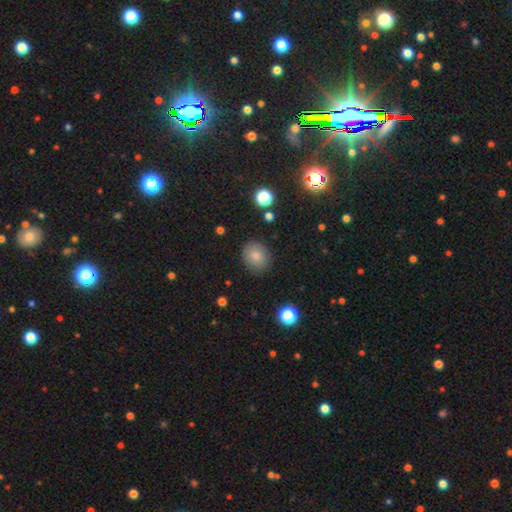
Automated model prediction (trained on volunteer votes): smooth_or_featured: smooth (p=0.82) [alt: star or artifact p=0.10]
how_rounded: round (p=0.67) [alt: in between p=0.32]
merging: none (p=0.85) [alt: minor disturbance p=0.10]